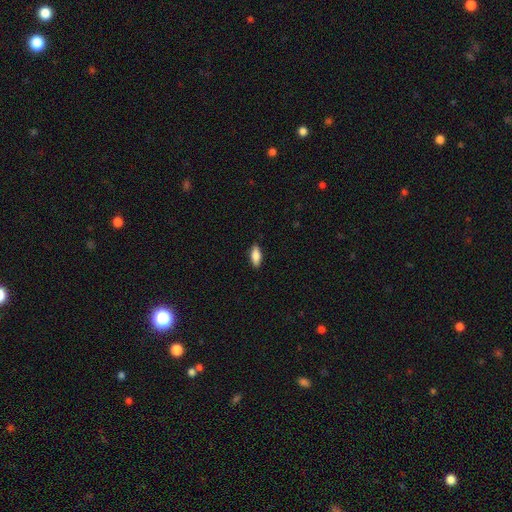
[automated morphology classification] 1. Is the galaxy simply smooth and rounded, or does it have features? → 84% smooth, 10% featured or disk, 6% star or artifact.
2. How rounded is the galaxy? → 79% in between, 19% cigar-shaped, 2% round.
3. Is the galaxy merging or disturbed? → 88% none, 9% minor disturbance, 2% major disturbance, 1% merger.